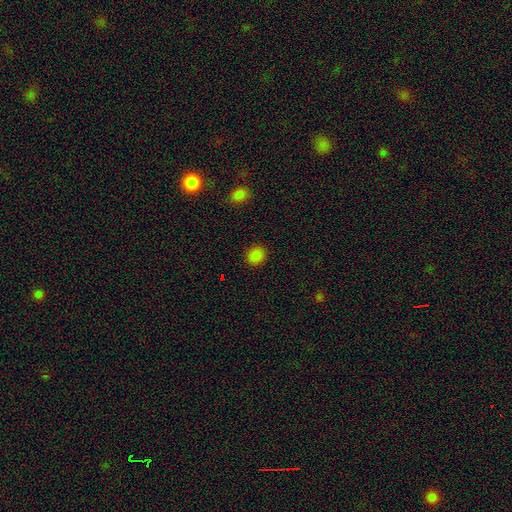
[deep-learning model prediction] A smooth galaxy with no disk features (84%) that is round (82%). Merging: none (91%).